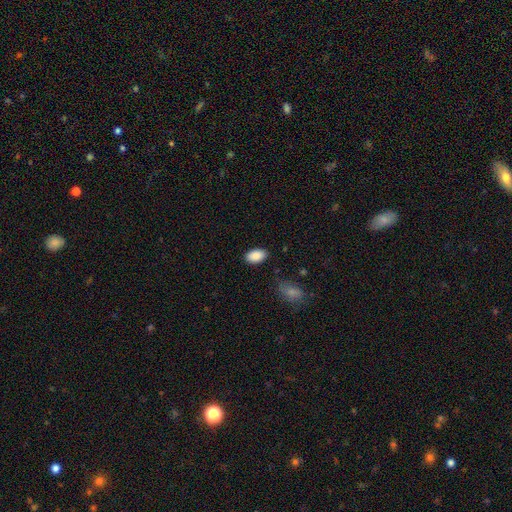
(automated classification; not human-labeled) smooth_or_featured: smooth (p=0.89) [alt: star or artifact p=0.07]
how_rounded: in between (p=0.93) [alt: round p=0.06]
merging: none (p=0.85) [alt: minor disturbance p=0.11]